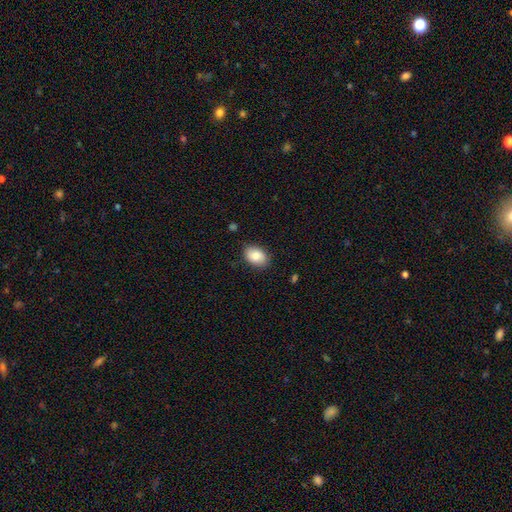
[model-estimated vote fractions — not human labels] Q: Smooth or featured?
A: smooth (86%); runner-up: featured or disk (7%)
Q: How rounded?
A: in between (84%); runner-up: round (14%)
Q: Merging?
A: none (84%); runner-up: minor disturbance (12%)